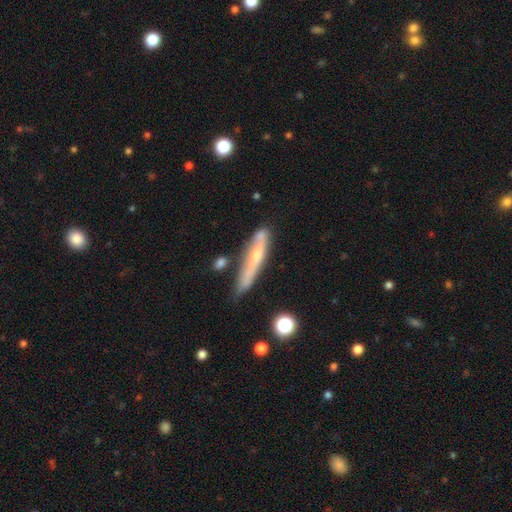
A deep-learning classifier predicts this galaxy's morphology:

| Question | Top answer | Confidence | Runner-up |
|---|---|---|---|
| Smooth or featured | featured or disk | 51% | smooth (41%) |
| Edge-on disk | yes | 79% | no (21%) |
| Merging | none | 66% | minor disturbance (22%) |